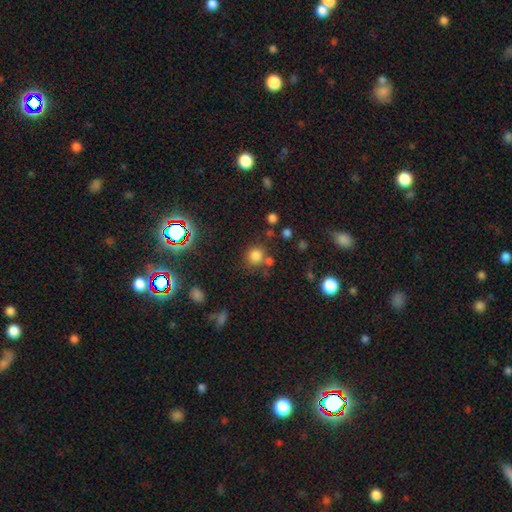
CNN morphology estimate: Smooth or featured: smooth — 78% (star or artifact — 17%)
How rounded: round — 88% (in between — 11%)
Merging: none — 71% (merger — 13%)